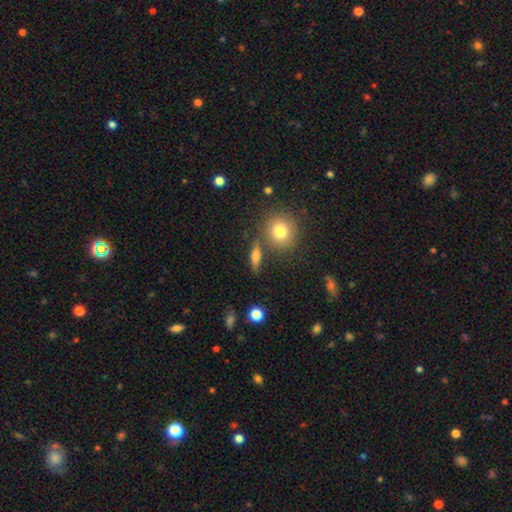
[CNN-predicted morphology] Smooth or featured?
  - smooth: 69% *
  - featured or disk: 20%
  - star or artifact: 11%
How rounded?
  - in between: 42% *
  - cigar-shaped: 40%
  - round: 18%
Merging?
  - none: 73% *
  - minor disturbance: 13%
  - merger: 9%
  - major disturbance: 5%